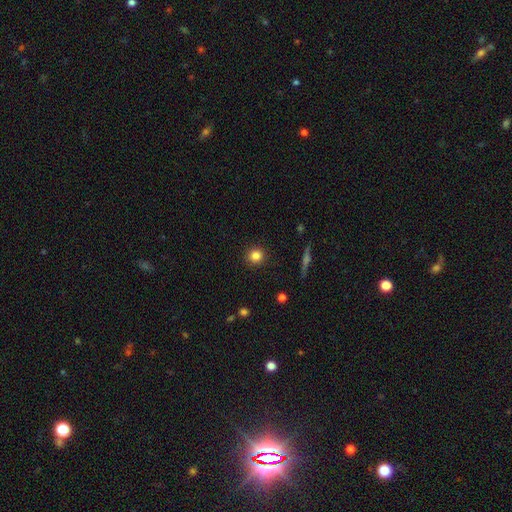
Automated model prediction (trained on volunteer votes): Smooth or featured?
  - smooth: 83% *
  - star or artifact: 11%
  - featured or disk: 6%
How rounded?
  - round: 92% *
  - in between: 7%
  - cigar-shaped: 1%
Merging?
  - none: 91% *
  - minor disturbance: 5%
  - major disturbance: 2%
  - merger: 1%